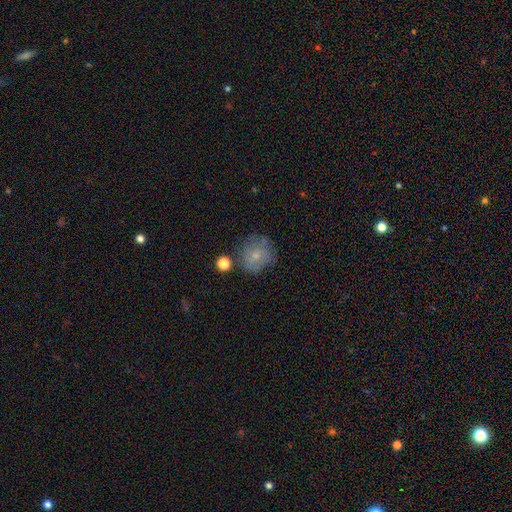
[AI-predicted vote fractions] Smooth or featured?
  - smooth: 59% *
  - featured or disk: 31%
  - star or artifact: 11%
How rounded?
  - round: 83% *
  - in between: 16%
  - cigar-shaped: 1%
Merging?
  - none: 62% *
  - minor disturbance: 23%
  - major disturbance: 10%
  - merger: 5%